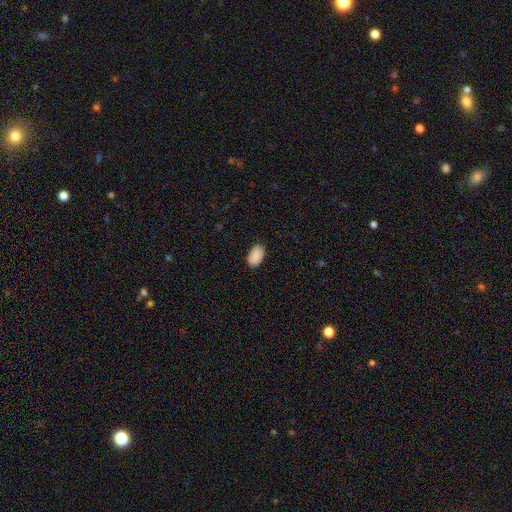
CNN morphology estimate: smooth_or_featured: smooth (p=0.90) [alt: star or artifact p=0.07]
how_rounded: in between (p=0.93) [alt: round p=0.06]
merging: none (p=0.85) [alt: minor disturbance p=0.12]